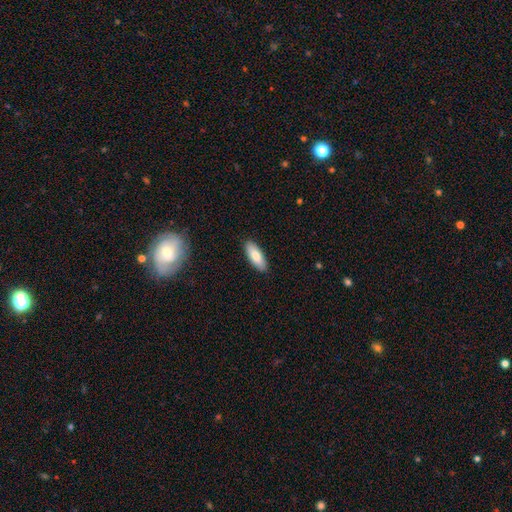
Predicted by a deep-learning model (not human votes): Overall: smooth (80%). How rounded: in between (73%). Merging: none (90%).